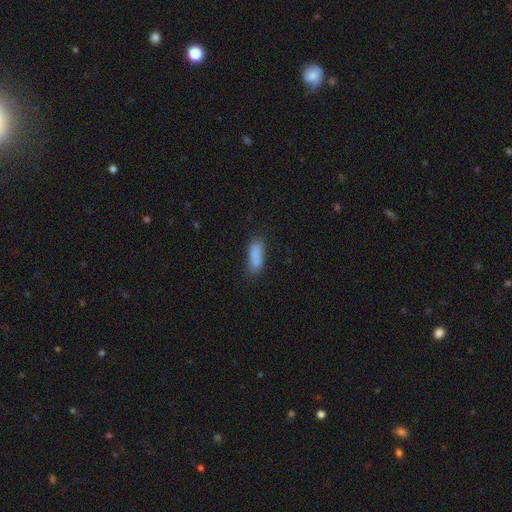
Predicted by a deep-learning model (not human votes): The model was most divided on "how rounded": in between: 65%, cigar-shaped: 31%, round: 3%. More confident: smooth or featured — smooth (79%); merging — none (59%).